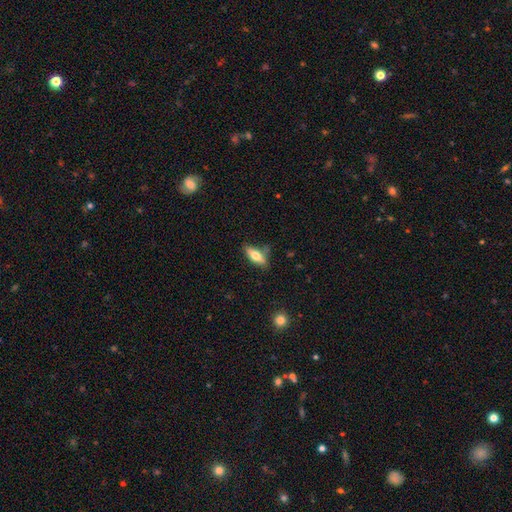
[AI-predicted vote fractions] Overall: smooth (65%; featured or disk 28%). How rounded: in between (69%). Merging: none (69%).